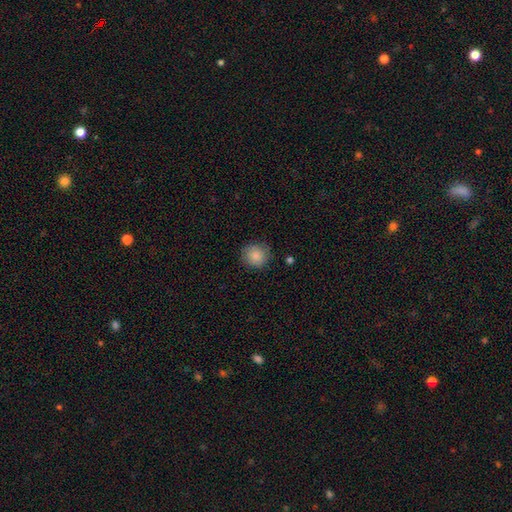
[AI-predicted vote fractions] A smooth galaxy with no disk features (86%) that is round (89%).

Vote fractions:
- Smooth or featured? smooth: 86% / star or artifact: 8% / featured or disk: 6%
- How rounded? round: 89% / in between: 10% / cigar-shaped: 1%
- Merging? none: 84% / minor disturbance: 12% / major disturbance: 3% / merger: 1%